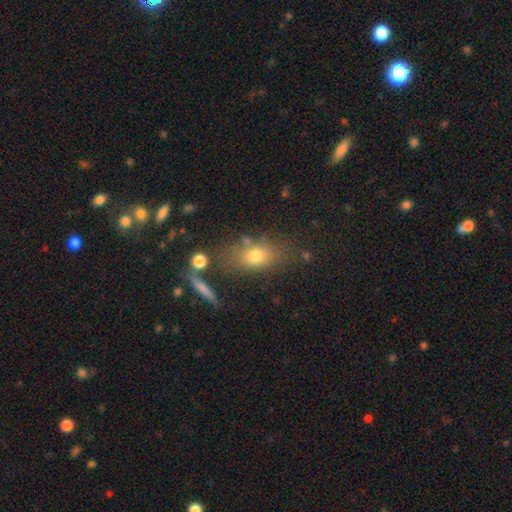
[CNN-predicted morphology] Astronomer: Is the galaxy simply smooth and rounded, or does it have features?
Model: smooth — 70%.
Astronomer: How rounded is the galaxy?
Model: in between — 72%.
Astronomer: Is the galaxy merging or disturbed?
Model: none — 71%.